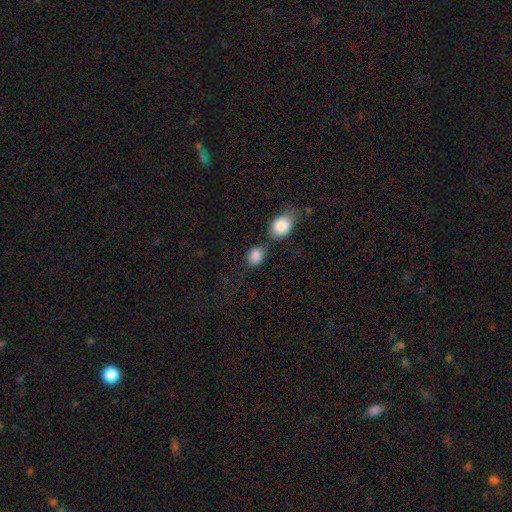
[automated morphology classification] Smooth or featured? smooth (86%)
How rounded? in between (55%)
Merging? none (59%)